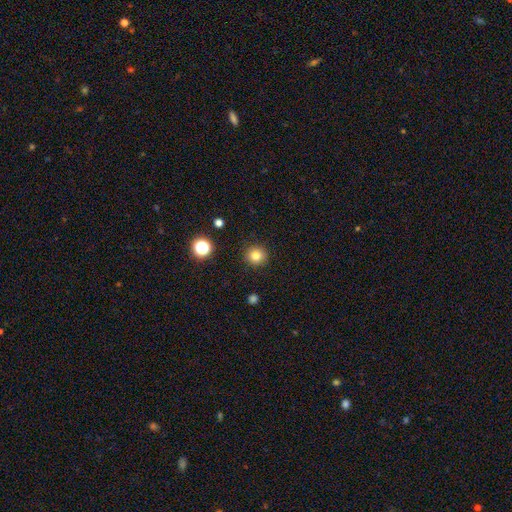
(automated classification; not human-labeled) Morphology: type=smooth (81%); roundness=round (93%); merging=none (91%).